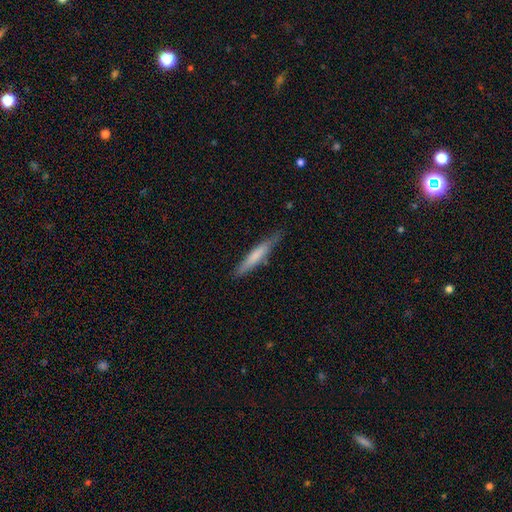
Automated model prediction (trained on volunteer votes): Overall: smooth (65%; featured or disk 29%). How rounded: cigar-shaped (93%). Merging: none (78%).